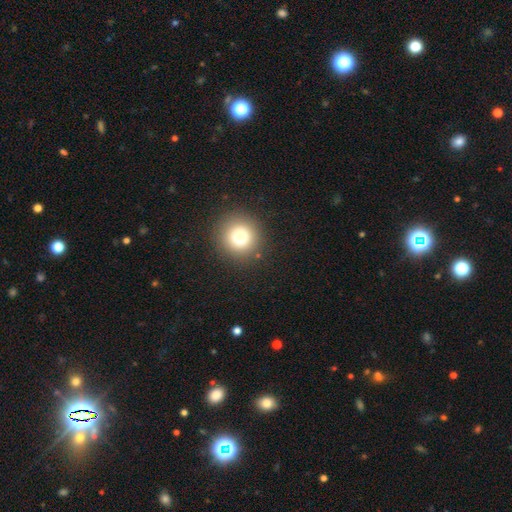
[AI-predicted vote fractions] This is likely a smooth galaxy (69%). How rounded: clearly round (95%). Merging: clearly none (92%).